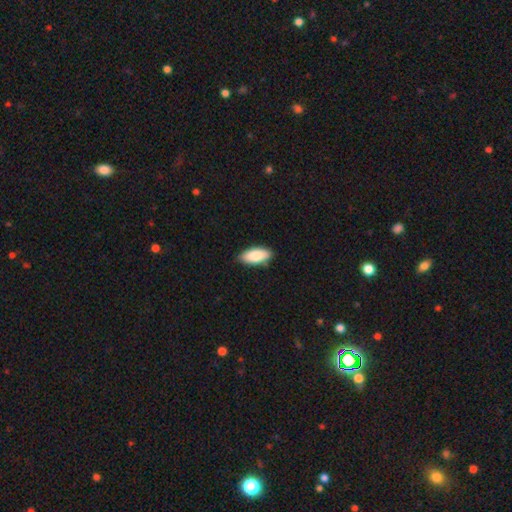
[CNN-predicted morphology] Smooth or featured: smooth — 84% (featured or disk — 10%)
How rounded: in between — 89% (cigar-shaped — 9%)
Merging: none — 86% (minor disturbance — 11%)